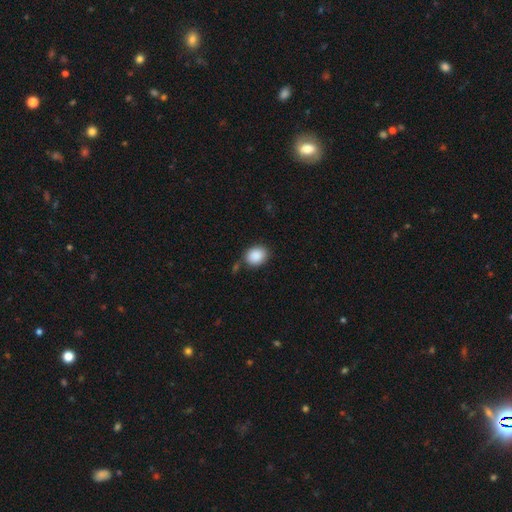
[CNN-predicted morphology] Q: Smooth or featured?
A: smooth (89%); runner-up: star or artifact (8%)
Q: How rounded?
A: round (56%); runner-up: in between (43%)
Q: Merging?
A: none (75%); runner-up: minor disturbance (15%)